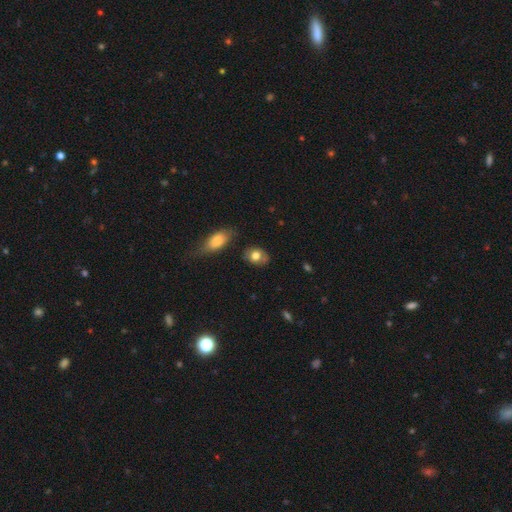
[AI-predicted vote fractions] Smooth or featured: smooth — 74% (featured or disk — 18%)
How rounded: in between — 63% (round — 35%)
Merging: none — 73% (minor disturbance — 18%)